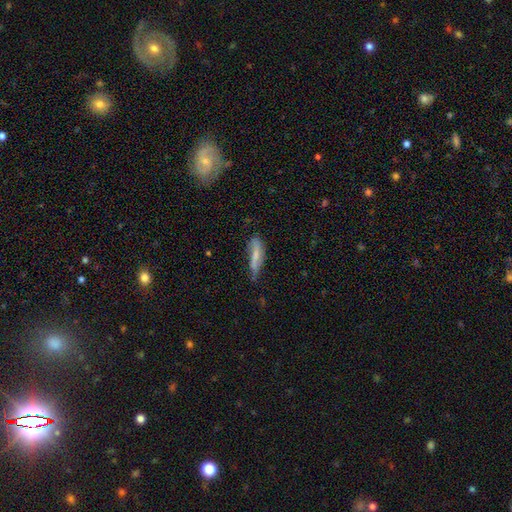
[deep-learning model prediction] A smooth galaxy with no disk features (53%) that is cigar-shaped (57%). Merging: none (45%).